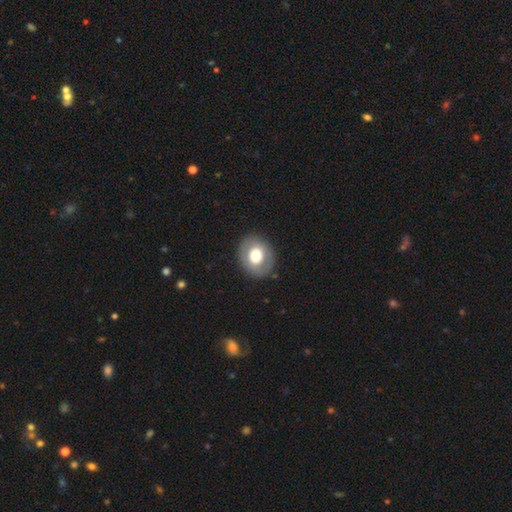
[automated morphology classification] Q: Smooth or featured?
A: smooth (65%); runner-up: featured or disk (28%)
Q: How rounded?
A: round (62%); runner-up: in between (37%)
Q: Merging?
A: none (86%); runner-up: minor disturbance (9%)